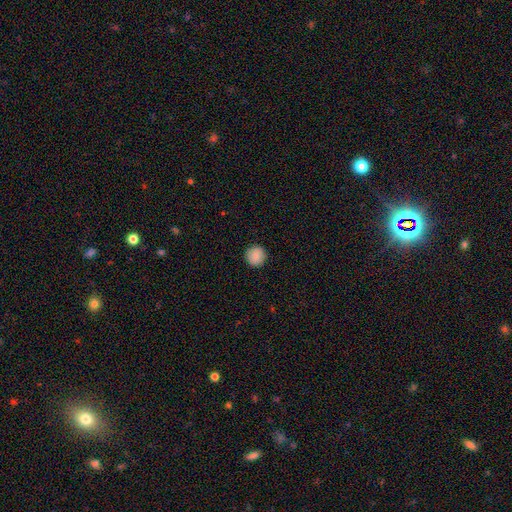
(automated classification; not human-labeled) smooth-or-featured: smooth: 87% | star or artifact: 8% | featured or disk: 6%
  how-rounded: round: 94% | in between: 5% | cigar-shaped: 1%
  merging: none: 91% | minor disturbance: 6% | major disturbance: 2% | merger: 1%